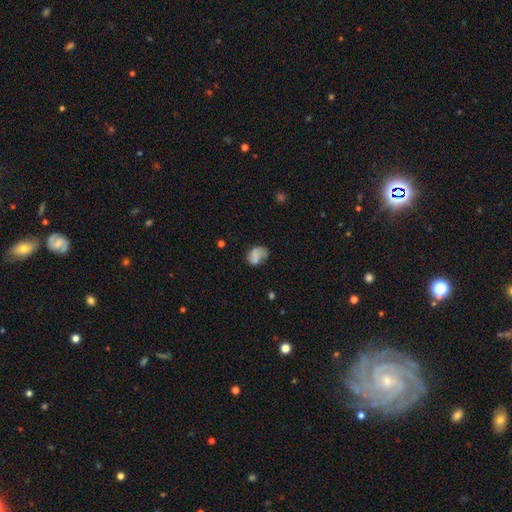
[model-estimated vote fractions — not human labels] smooth 67%, featured or disk 23%, star or artifact 10%. Down the decision tree: how rounded — in between (62%); merging — none (43%).